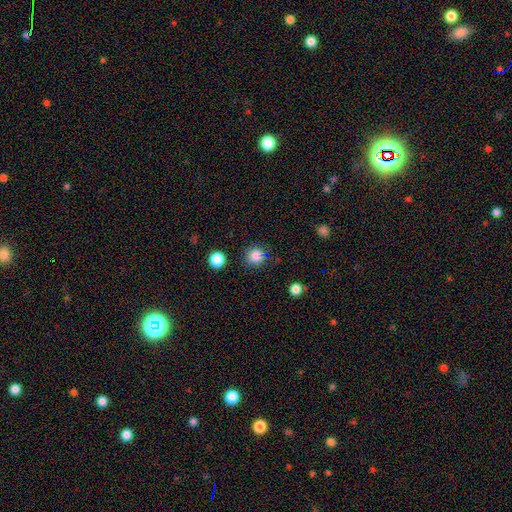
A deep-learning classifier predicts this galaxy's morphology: Smooth or featured? Predicted: smooth (p=0.83). How rounded? Predicted: round (p=0.91). Merging? Predicted: none (p=0.81).